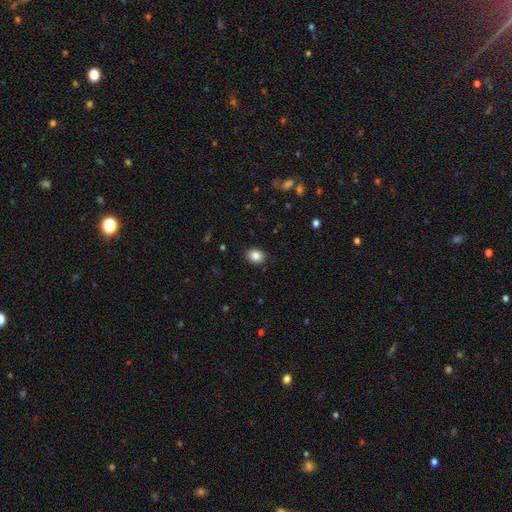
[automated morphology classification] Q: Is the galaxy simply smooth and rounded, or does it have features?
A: smooth — 85%.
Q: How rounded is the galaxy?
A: in between — 53%.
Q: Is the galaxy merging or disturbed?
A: none — 89%.